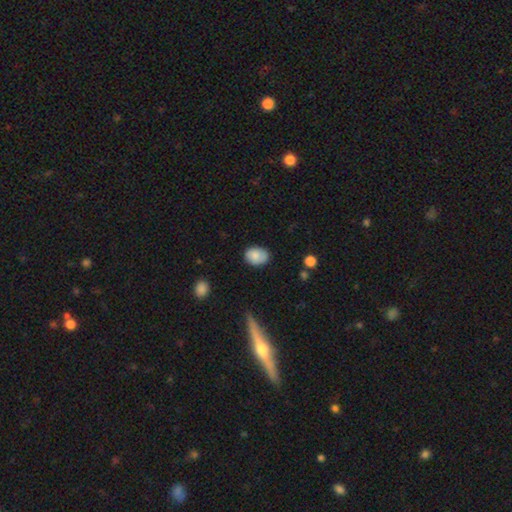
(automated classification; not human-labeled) smooth-or-featured: smooth: 82% | featured or disk: 10% | star or artifact: 8%
  how-rounded: in between: 70% | round: 29% | cigar-shaped: 1%
  merging: none: 77% | minor disturbance: 18% | major disturbance: 3% | merger: 2%